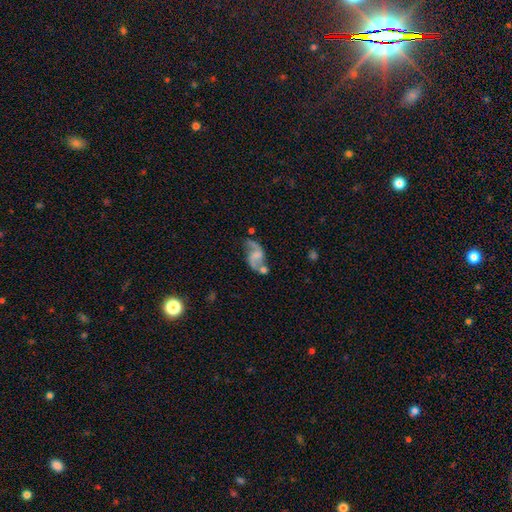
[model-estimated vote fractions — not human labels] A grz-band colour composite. It shows a featured or disk galaxy (78%) with a weak bar (44%), 2 (90%) loose (70%) spiral arms (92%) and no central bulge (45%). Merging: none (45%).